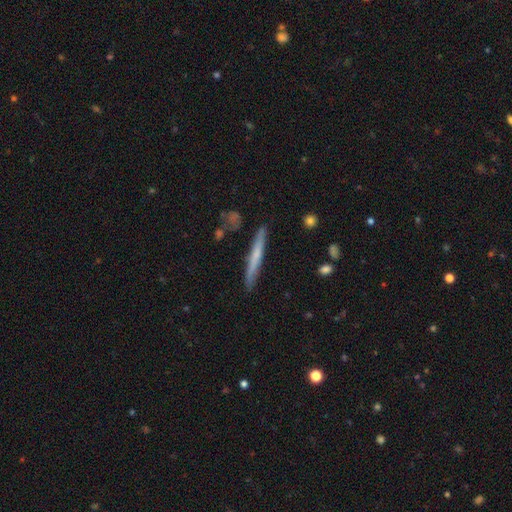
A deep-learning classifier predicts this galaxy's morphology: Smooth or featured?
  - smooth: 50% *
  - featured or disk: 44%
  - star or artifact: 6%
How rounded?
  - cigar-shaped: 96% *
  - in between: 3%
  - round: 2%
Merging?
  - none: 87% *
  - minor disturbance: 9%
  - merger: 2%
  - major disturbance: 2%